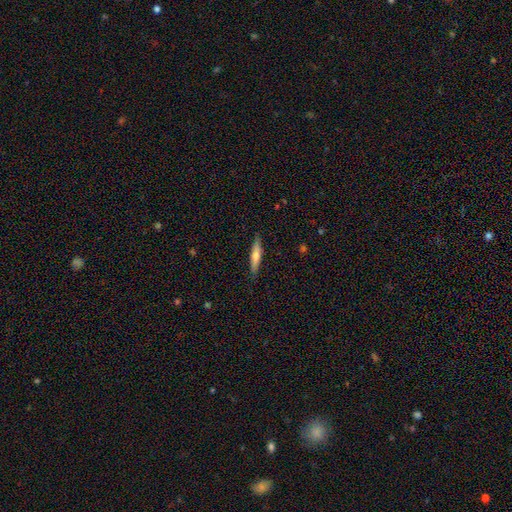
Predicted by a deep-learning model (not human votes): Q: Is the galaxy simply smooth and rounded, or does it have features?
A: smooth — 53%.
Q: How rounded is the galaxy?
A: cigar-shaped — 88%.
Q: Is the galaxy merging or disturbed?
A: none — 88%.